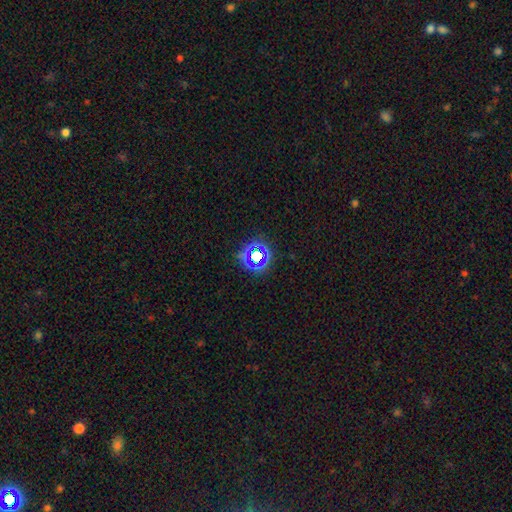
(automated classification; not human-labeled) This is likely a star or artifact rather than a galaxy (62%).